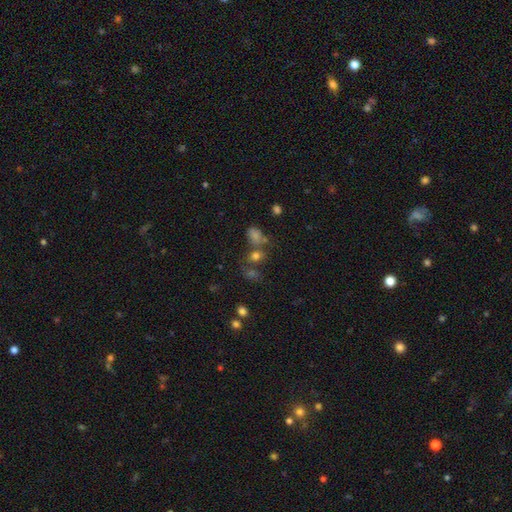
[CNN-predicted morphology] Q: Smooth or featured?
A: star or artifact (45%); runner-up: smooth (37%)